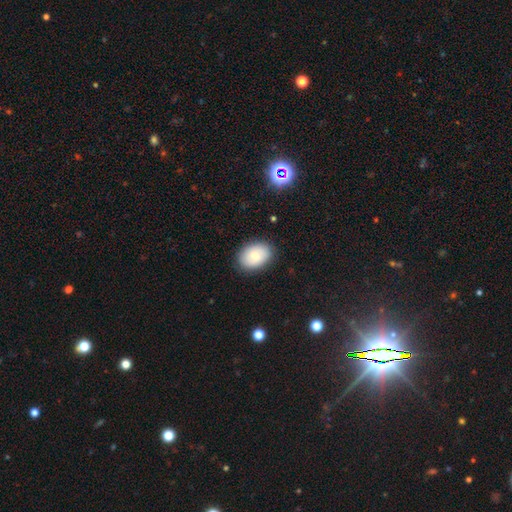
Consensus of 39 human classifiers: Overall: smooth (62%; featured or disk 33%). How rounded: in between (79%). Merging: none (73%).